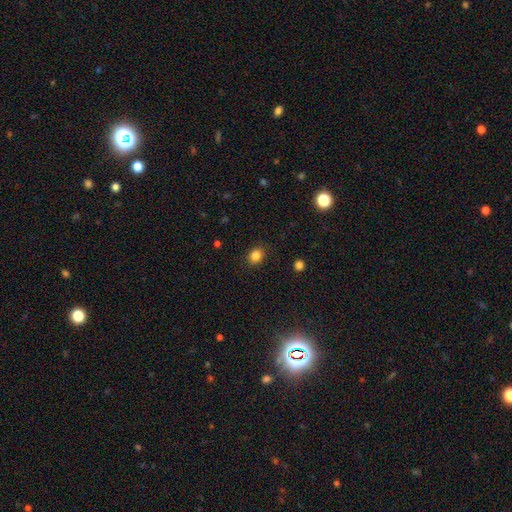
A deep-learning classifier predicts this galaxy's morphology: smooth-or-featured: smooth: 85% | star or artifact: 11% | featured or disk: 5%
  how-rounded: round: 57% | in between: 42% | cigar-shaped: 1%
  merging: none: 88% | minor disturbance: 9% | major disturbance: 3% | merger: 1%